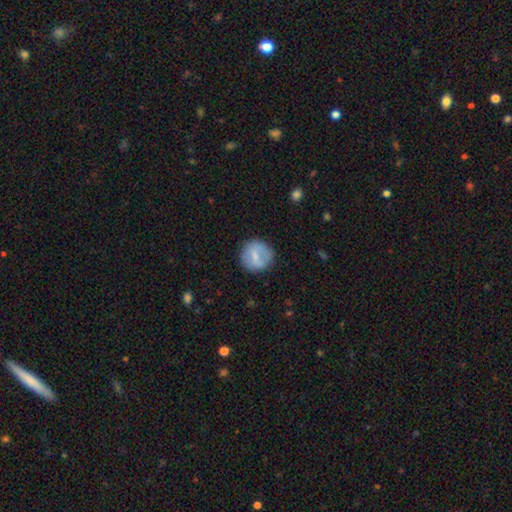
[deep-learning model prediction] A smooth galaxy with no disk features (63%) that is round (89%).

Vote fractions:
- Smooth or featured? smooth: 63% / featured or disk: 30% / star or artifact: 7%
- How rounded? round: 89% / in between: 10% / cigar-shaped: 1%
- Merging? none: 80% / minor disturbance: 14% / major disturbance: 5% / merger: 1%